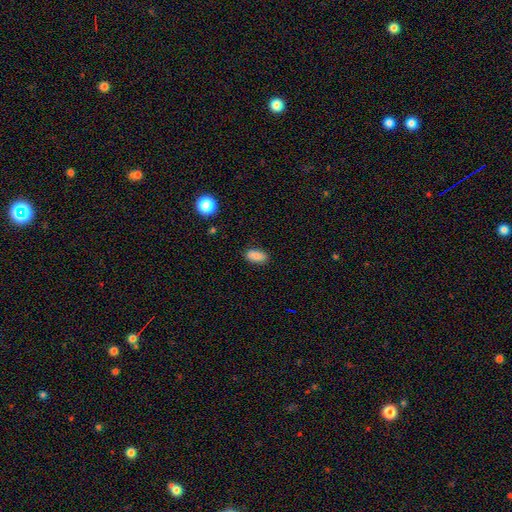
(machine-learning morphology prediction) Smooth or featured? smooth (86%)
How rounded? in between (89%)
Merging? none (85%)